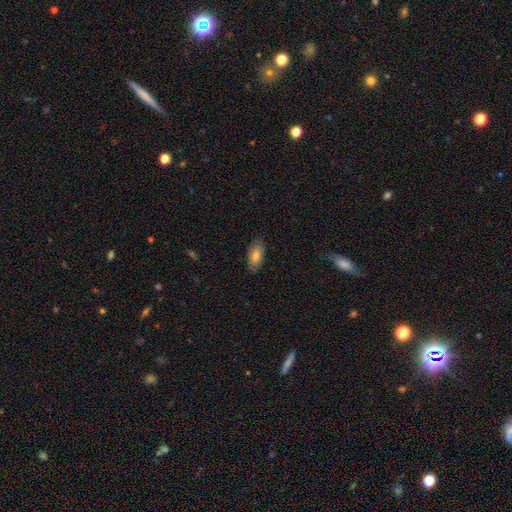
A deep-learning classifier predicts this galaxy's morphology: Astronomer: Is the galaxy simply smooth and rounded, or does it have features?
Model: smooth — 78%.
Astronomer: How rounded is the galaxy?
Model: in between — 91%.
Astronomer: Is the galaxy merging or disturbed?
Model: none — 85%.